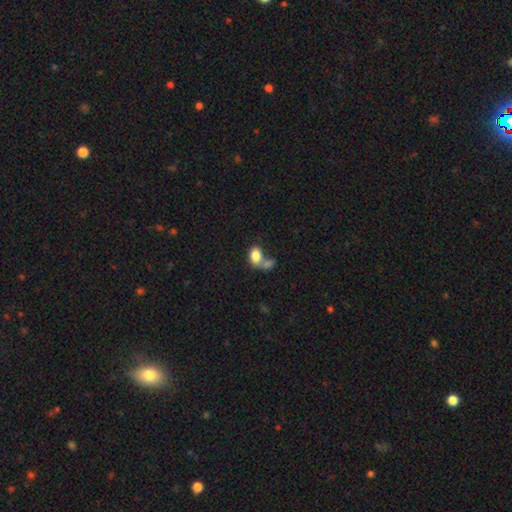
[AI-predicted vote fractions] Overall: smooth (81%). How rounded: in between (83%). Merging: merger (53%; none 28%).